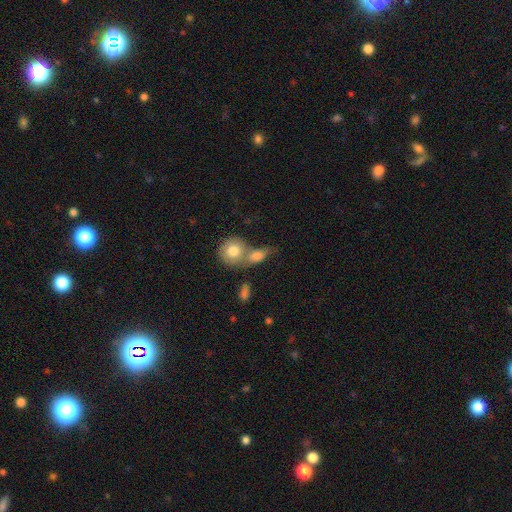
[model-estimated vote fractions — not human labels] A smooth galaxy with no disk features (71%) that is round (57%).

Vote fractions:
- Smooth or featured? smooth: 71% / featured or disk: 19% / star or artifact: 10%
- How rounded? round: 57% / in between: 38% / cigar-shaped: 5%
- Merging? merger: 47% / none: 37% / minor disturbance: 11% / major disturbance: 5%